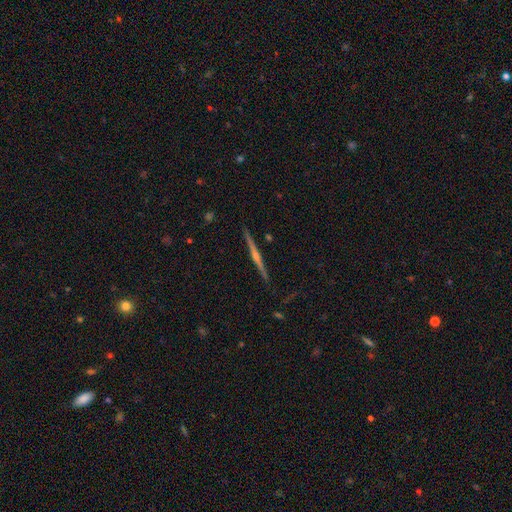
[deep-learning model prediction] Q: Smooth or featured?
A: featured or disk (84%); runner-up: smooth (10%)
Q: Edge-on disk?
A: yes (99%); runner-up: no (1%)
Q: Edge-on bulge?
A: rounded (86%); runner-up: none (9%)
Q: Merging?
A: none (91%); runner-up: minor disturbance (6%)